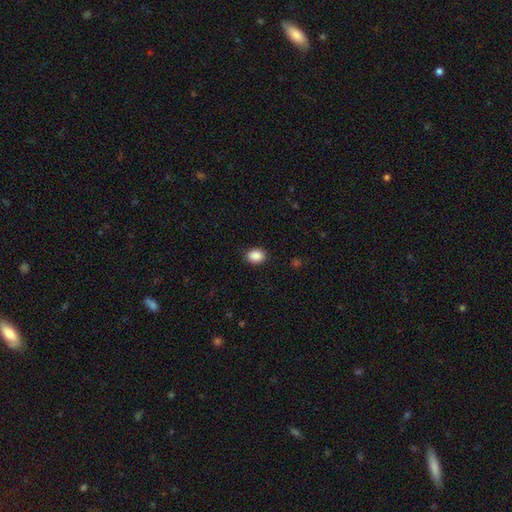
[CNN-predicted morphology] smooth 89%, star or artifact 8%, featured or disk 3%. Down the decision tree: how rounded — in between (62%); merging — none (90%).